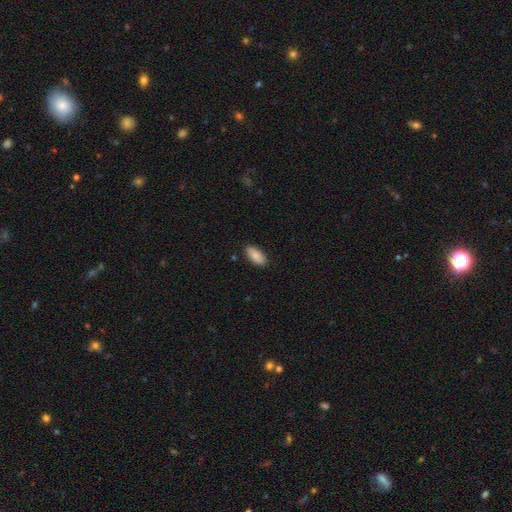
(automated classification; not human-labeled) Morphology: type=smooth (86%); roundness=in between (89%); merging=none (87%).